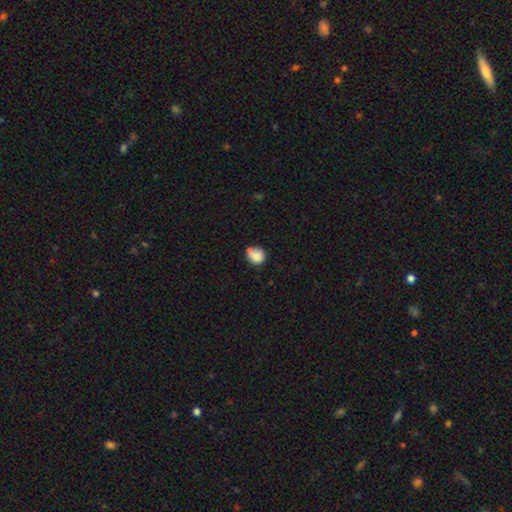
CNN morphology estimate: smooth 83%, star or artifact 9%, featured or disk 8%. Down the decision tree: how rounded — round (74%); merging — none (52%).